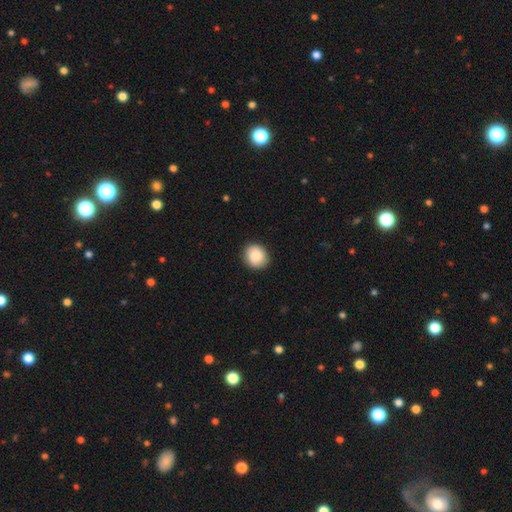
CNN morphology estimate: Smooth or featured? Predicted: smooth (p=0.87). How rounded? Predicted: round (p=0.77). Merging? Predicted: none (p=0.89).